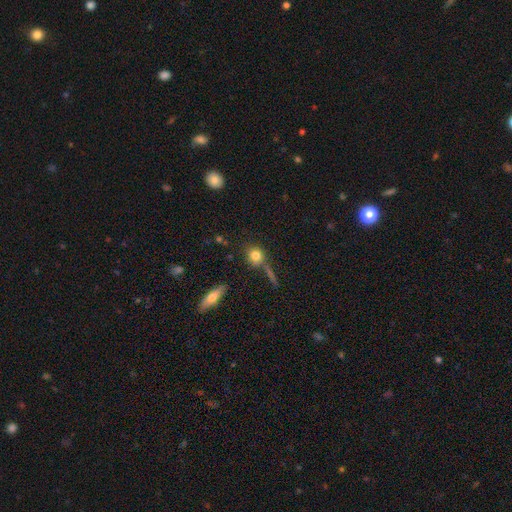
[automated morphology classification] This appears to be a smooth galaxy with no disk features (80%) that is round (78%). Merging: none (71%).